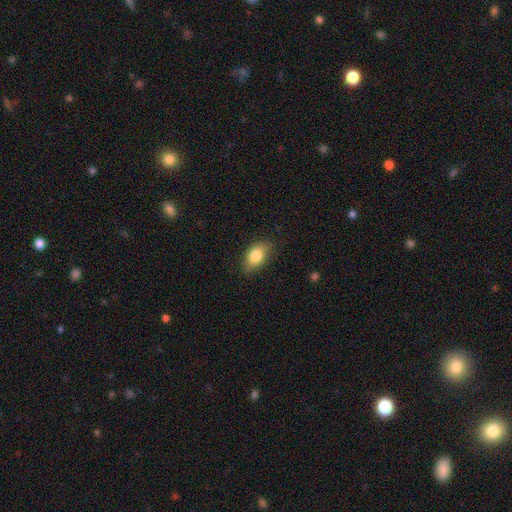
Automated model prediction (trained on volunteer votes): smooth-or-featured: smooth: 82% | featured or disk: 11% | star or artifact: 7%
  how-rounded: in between: 89% | round: 8% | cigar-shaped: 3%
  merging: none: 82% | minor disturbance: 14% | major disturbance: 3% | merger: 1%